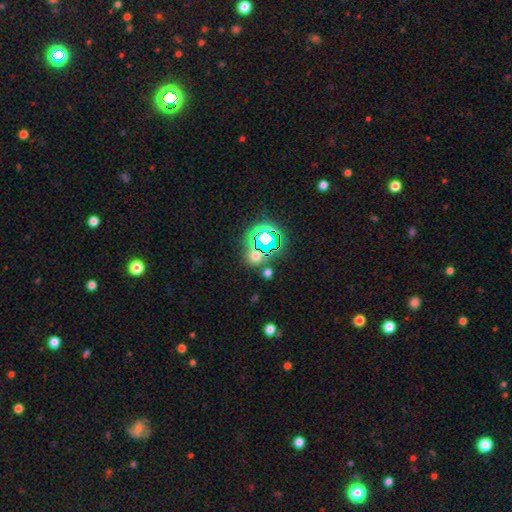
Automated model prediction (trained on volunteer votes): This is possibly a star or artifact rather than a galaxy (49%).